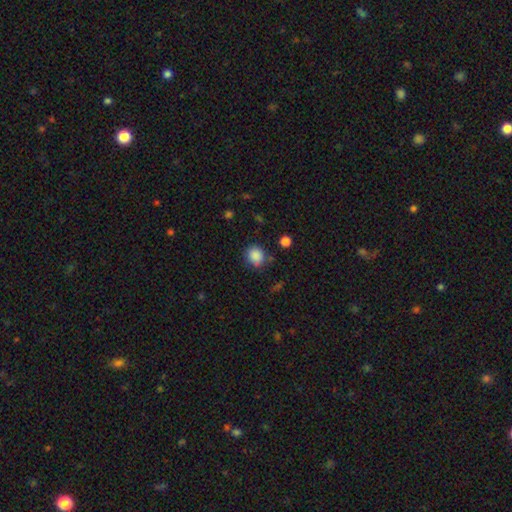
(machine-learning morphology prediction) This is clearly a smooth galaxy (87%). How rounded: likely round (76%). Merging: likely none (77%).